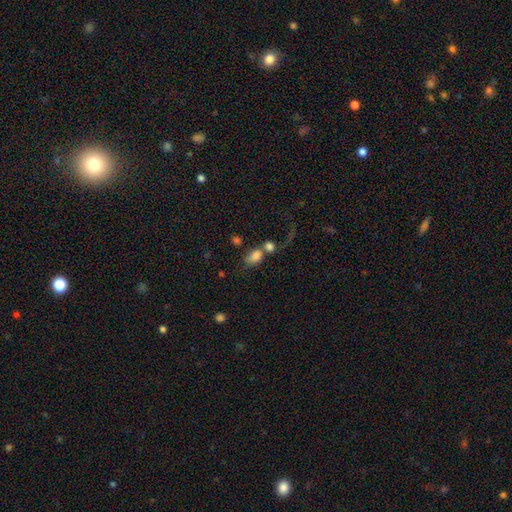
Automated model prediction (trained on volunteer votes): This appears to be a smooth galaxy with no disk features (77%) that is in between round and cigar-shaped (79%). Merging: merger (56%).